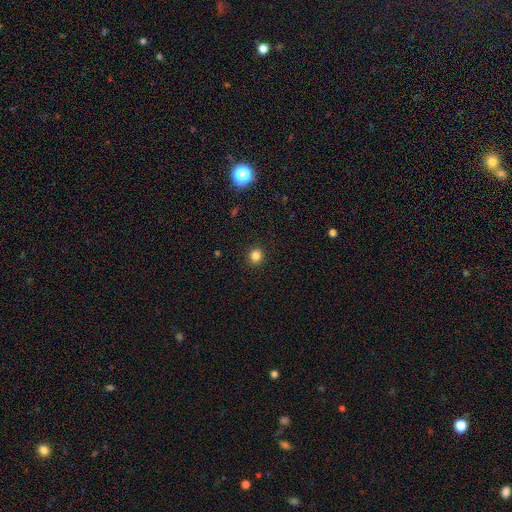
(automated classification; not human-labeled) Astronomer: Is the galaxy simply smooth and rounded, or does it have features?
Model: smooth — 83%.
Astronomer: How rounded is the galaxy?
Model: round — 89%.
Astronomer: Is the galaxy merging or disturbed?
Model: none — 92%.